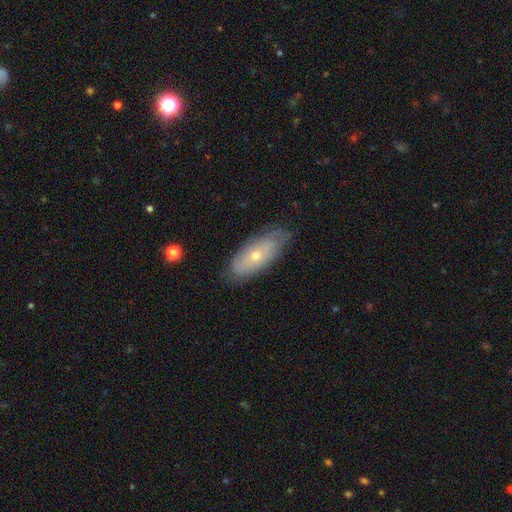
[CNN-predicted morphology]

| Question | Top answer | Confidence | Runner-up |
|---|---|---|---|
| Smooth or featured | featured or disk | 50% | smooth (42%) |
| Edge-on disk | no | 80% | yes (20%) |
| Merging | none | 75% | minor disturbance (20%) |